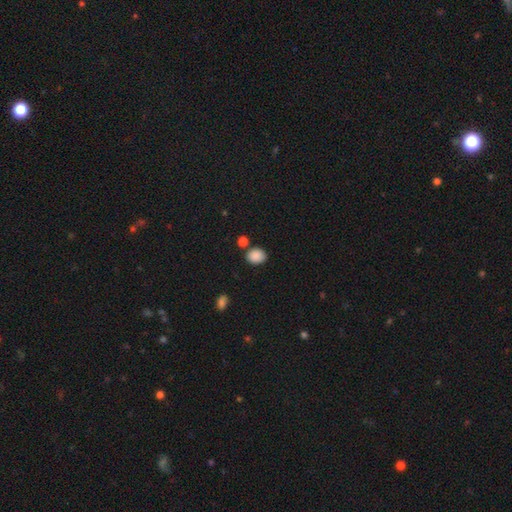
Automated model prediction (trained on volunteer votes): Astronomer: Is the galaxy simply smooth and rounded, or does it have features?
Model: smooth — 88%.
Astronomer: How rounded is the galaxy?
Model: in between — 62%.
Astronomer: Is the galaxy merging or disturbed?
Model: none — 77%.